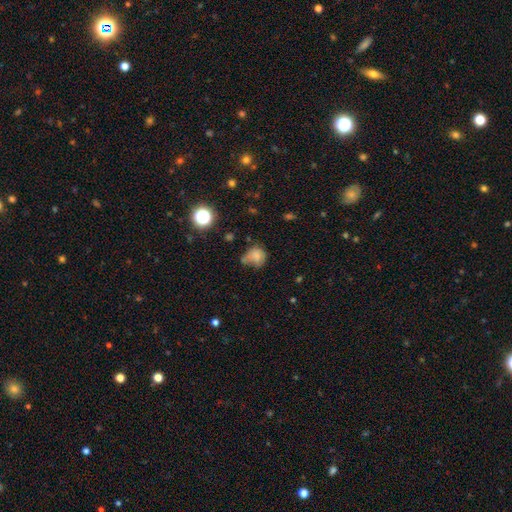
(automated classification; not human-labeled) This appears to be a smooth galaxy with no disk features (73%) that is round (67%). Merging: none (37%).